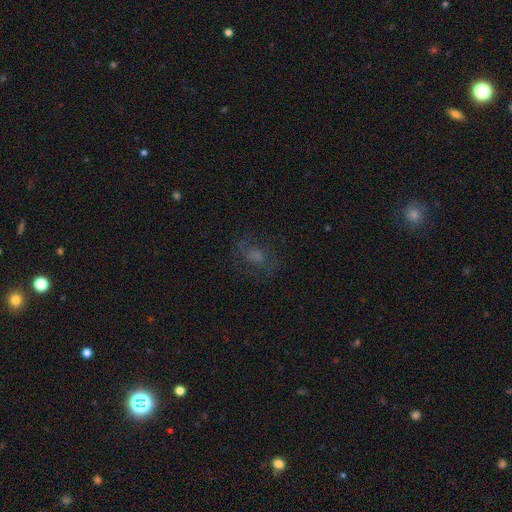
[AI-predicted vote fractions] A smooth galaxy with no disk features (38%). Merging: none (66%).